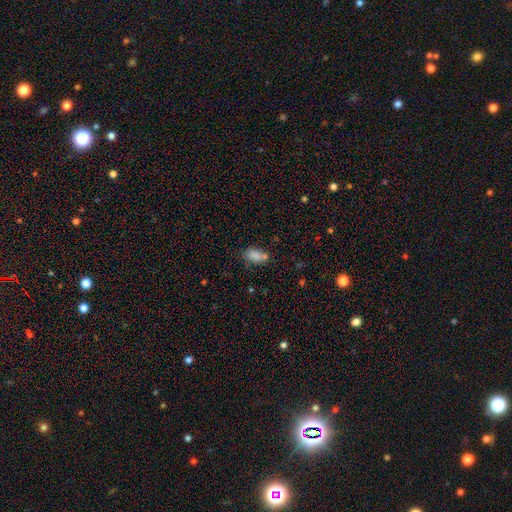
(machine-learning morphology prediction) The model was most divided on "merging": none: 52%, merger: 22%, minor disturbance: 19%, major disturbance: 6%. More confident: how rounded — in between (87%); smooth or featured — smooth (81%).